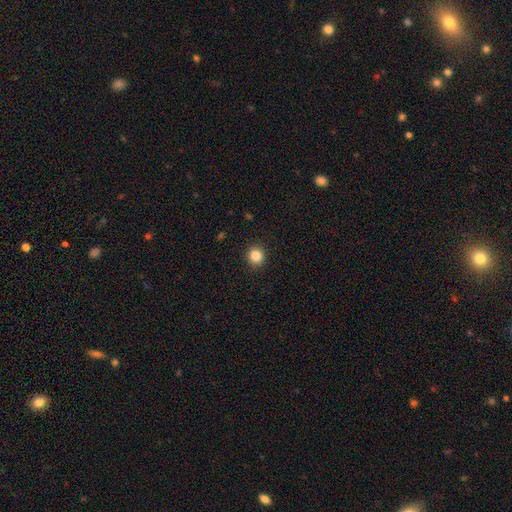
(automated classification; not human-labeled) Smooth or featured?
  - smooth: 86% *
  - star or artifact: 11%
  - featured or disk: 4%
How rounded?
  - round: 90% *
  - in between: 9%
  - cigar-shaped: 1%
Merging?
  - none: 91% *
  - minor disturbance: 6%
  - major disturbance: 2%
  - merger: 1%